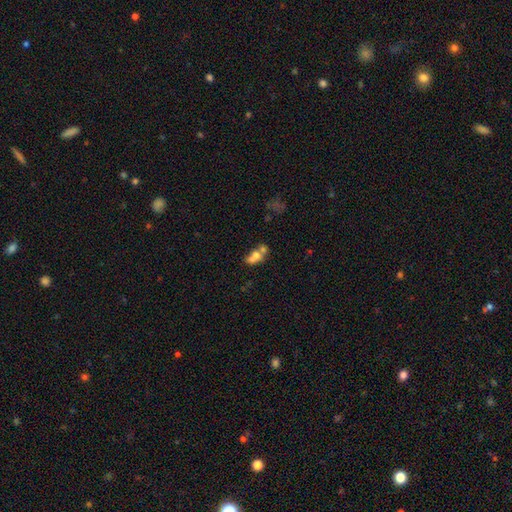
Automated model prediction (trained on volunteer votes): smooth-or-featured: smooth: 62% | featured or disk: 26% | star or artifact: 12%
  how-rounded: in between: 66% | round: 30% | cigar-shaped: 5%
  merging: merger: 61% | none: 23% | minor disturbance: 9% | major disturbance: 7%